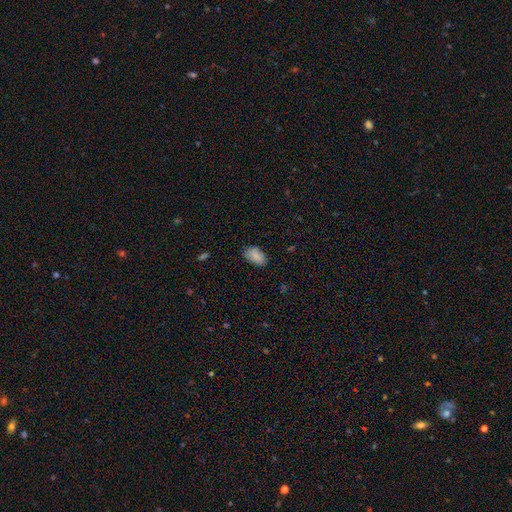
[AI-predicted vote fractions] Smooth or featured? smooth (86%)
How rounded? in between (93%)
Merging? none (75%)